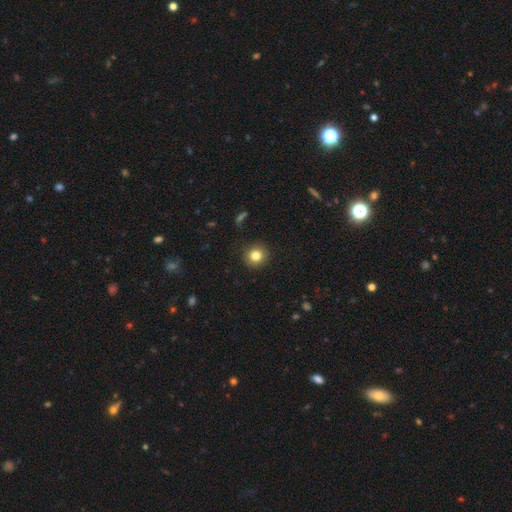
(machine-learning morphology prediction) type=smooth (82%); roundness=round (90%); merging=none (90%).